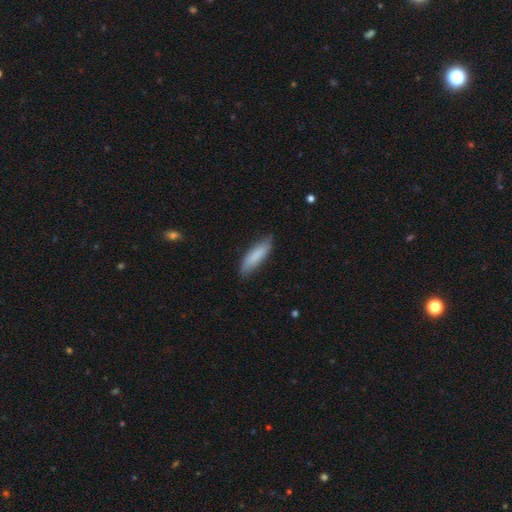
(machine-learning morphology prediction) smooth 84%, featured or disk 11%, star or artifact 6%. Down the decision tree: how rounded — cigar-shaped (64%); merging — none (81%).